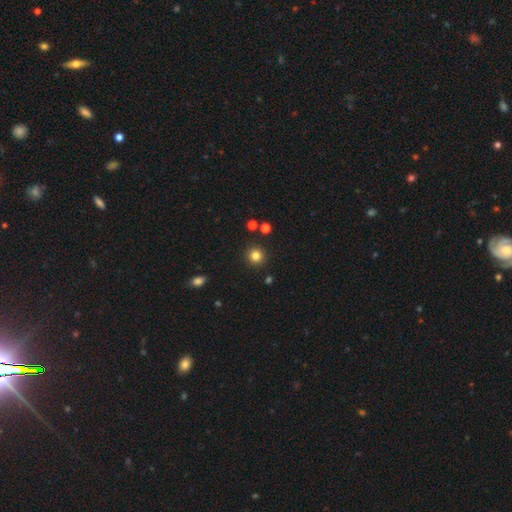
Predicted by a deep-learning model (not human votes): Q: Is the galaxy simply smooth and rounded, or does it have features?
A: smooth — 82%.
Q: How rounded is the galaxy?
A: round — 94%.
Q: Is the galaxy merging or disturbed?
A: none — 91%.